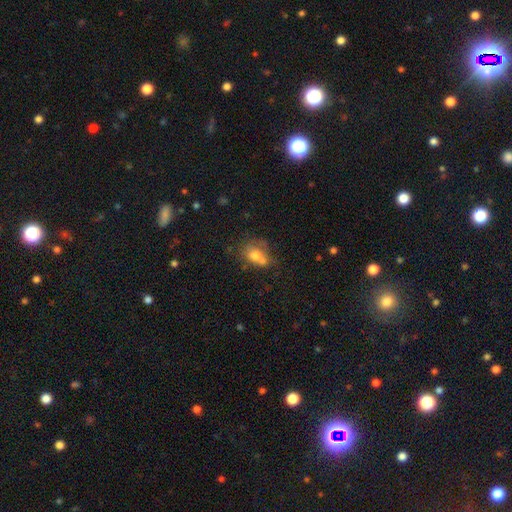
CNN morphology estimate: A smooth galaxy with no disk features (68%) that is in between round and cigar-shaped (52%). Merging: merger (43%).